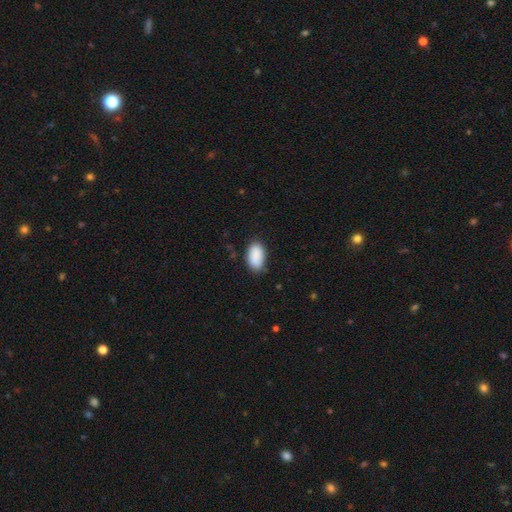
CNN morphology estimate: type=smooth (90%); roundness=in between (95%); merging=none (80%).